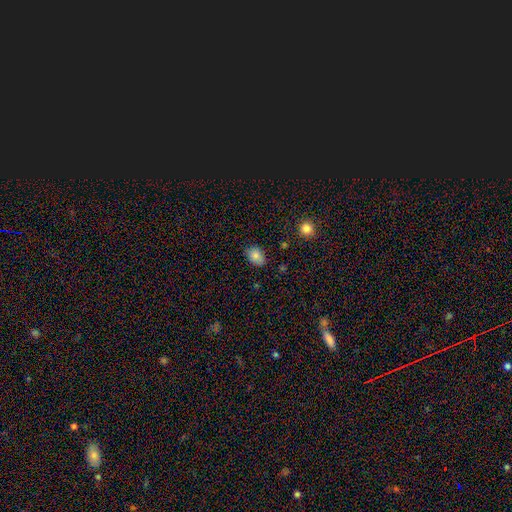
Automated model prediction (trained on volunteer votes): Smooth or featured: smooth — 83% (star or artifact — 9%)
How rounded: in between — 77% (round — 22%)
Merging: none — 81% (minor disturbance — 15%)